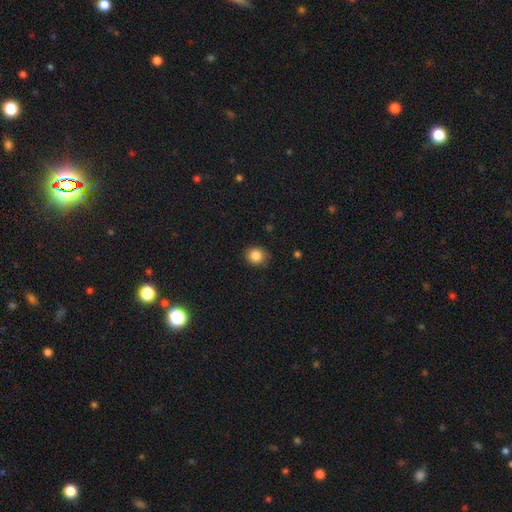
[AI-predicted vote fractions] Smooth or featured? Predicted: smooth (p=0.85). How rounded? Predicted: round (p=0.74). Merging? Predicted: none (p=0.85).